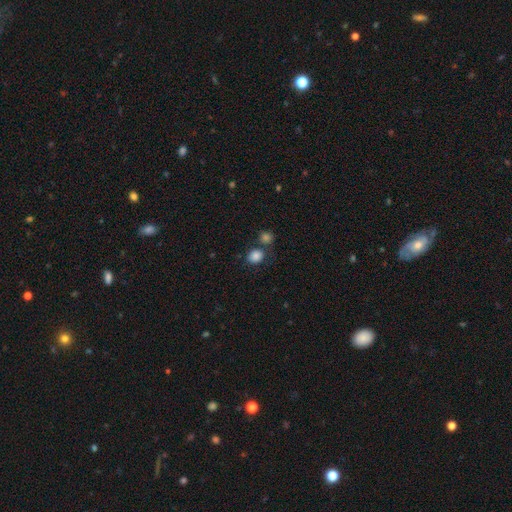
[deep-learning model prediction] Smooth or featured? smooth (85%)
How rounded? round (61%)
Merging? none (63%)